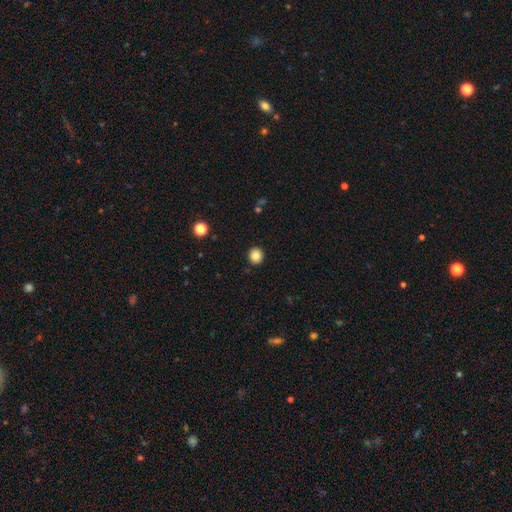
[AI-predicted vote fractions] Q: Smooth or featured?
A: smooth (86%); runner-up: star or artifact (10%)
Q: How rounded?
A: round (85%); runner-up: in between (14%)
Q: Merging?
A: none (92%); runner-up: minor disturbance (6%)